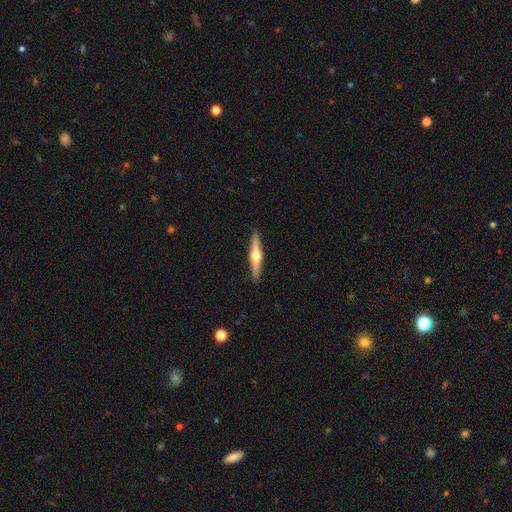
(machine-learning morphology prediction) Smooth or featured? Predicted: featured or disk (p=0.66). Edge-on disk? Predicted: yes (p=0.97). Edge-on bulge? Predicted: rounded (p=0.94). Merging? Predicted: none (p=0.91).